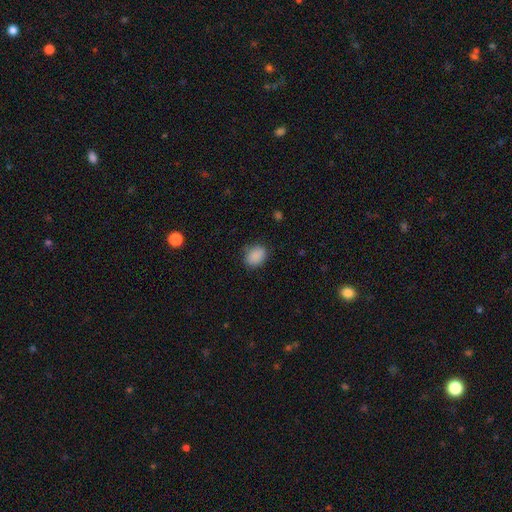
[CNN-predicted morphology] Overall: smooth (88%). How rounded: in between (60%; round 39%). Merging: none (79%).